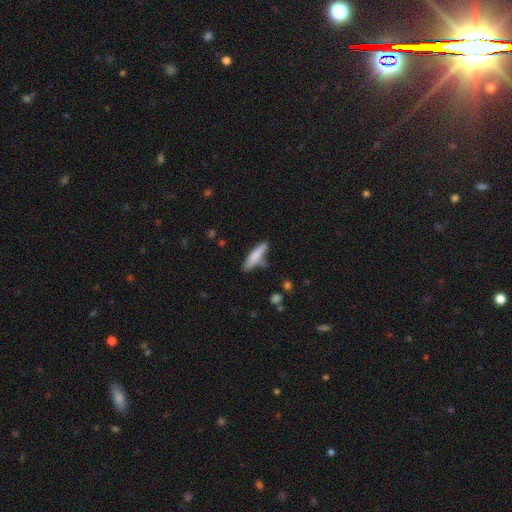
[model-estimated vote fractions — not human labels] smooth-or-featured: smooth: 77% | featured or disk: 17% | star or artifact: 6%
  how-rounded: cigar-shaped: 78% | in between: 21% | round: 2%
  merging: none: 70% | minor disturbance: 19% | merger: 7% | major disturbance: 4%